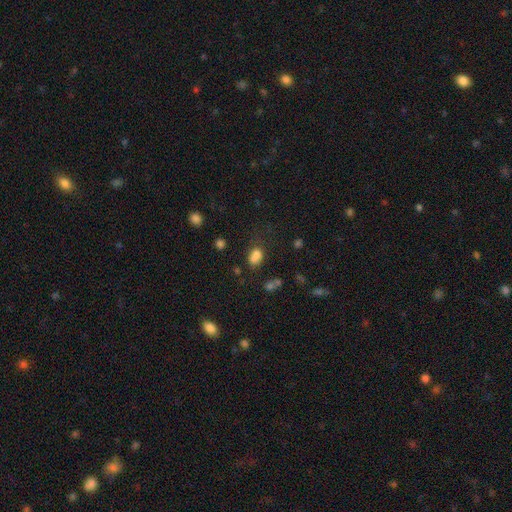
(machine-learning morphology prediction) This appears to be a smooth galaxy with no disk features (76%) that is in between round and cigar-shaped (70%). Merging: none (46%).